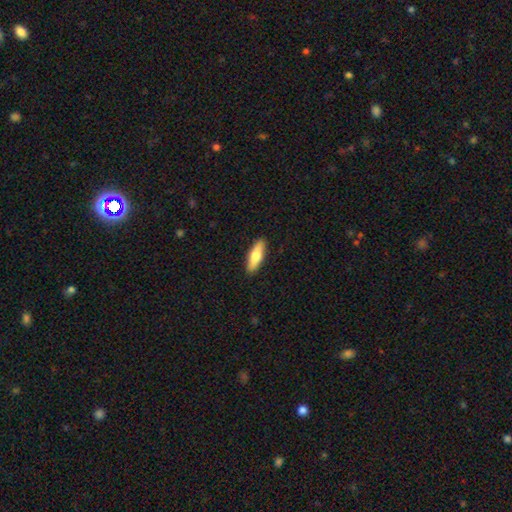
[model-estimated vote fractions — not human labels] smooth 69%, featured or disk 25%, star or artifact 5%. Down the decision tree: how rounded — cigar-shaped (49%); merging — none (90%).